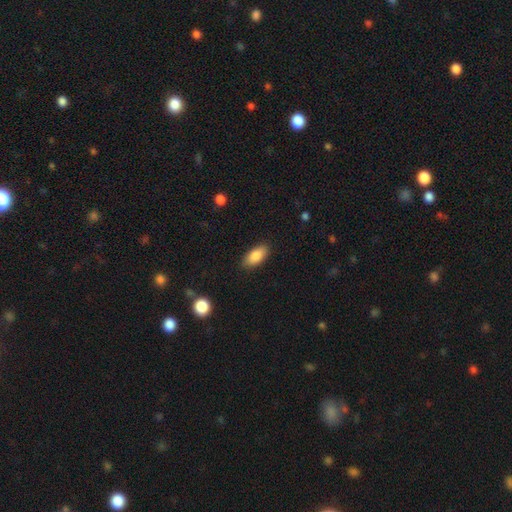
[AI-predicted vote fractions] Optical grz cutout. It shows a smooth galaxy with no disk features (86%) that is in between round and cigar-shaped (90%). Merging: none (87%).